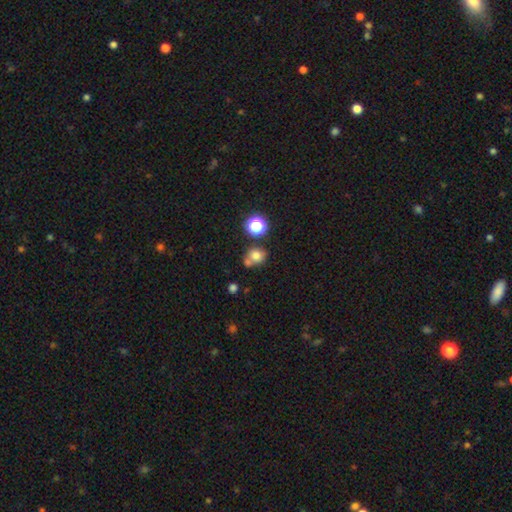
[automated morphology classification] Smooth or featured: smooth — 74% (star or artifact — 16%)
How rounded: round — 75% (in between — 24%)
Merging: none — 54% (merger — 29%)